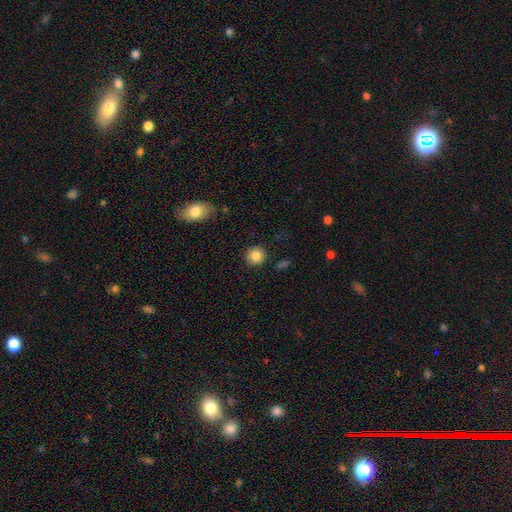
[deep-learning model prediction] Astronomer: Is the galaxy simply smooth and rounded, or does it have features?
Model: smooth — 84%.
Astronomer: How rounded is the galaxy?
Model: round — 91%.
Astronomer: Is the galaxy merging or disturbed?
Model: none — 90%.